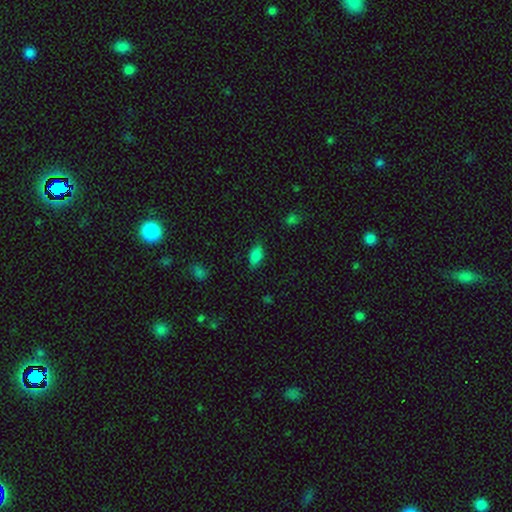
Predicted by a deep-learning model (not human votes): Morphology: type=smooth (82%); roundness=in between (88%); merging=none (78%).